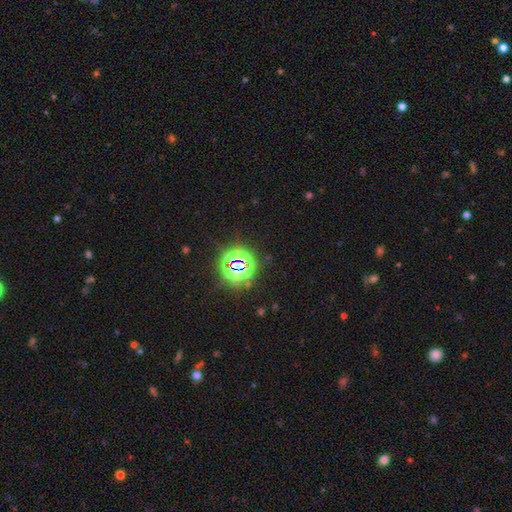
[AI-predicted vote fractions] Overall: star or artifact (77%).